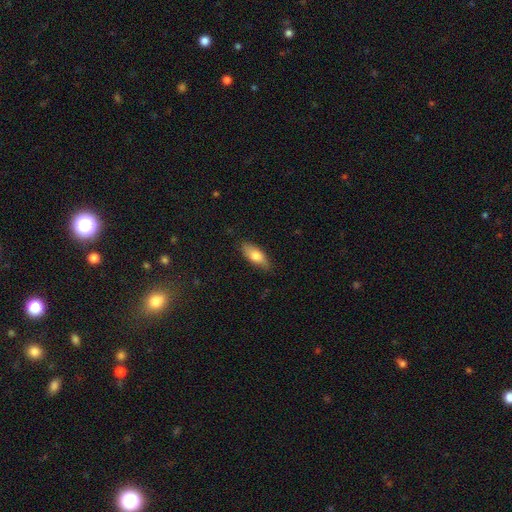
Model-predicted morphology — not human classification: Smooth or featured: smooth — 75% (featured or disk — 19%)
How rounded: in between — 79% (cigar-shaped — 18%)
Merging: none — 80% (minor disturbance — 16%)